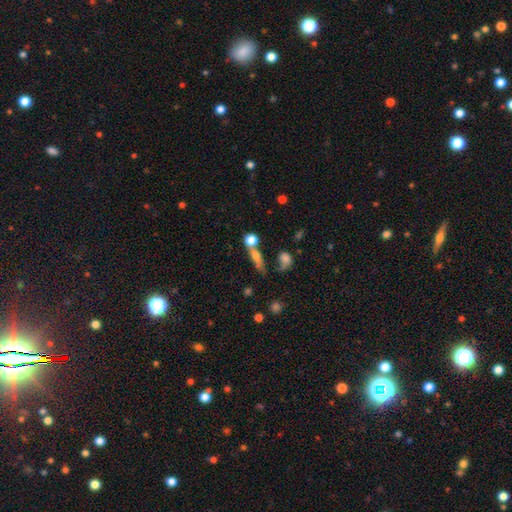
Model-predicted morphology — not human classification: smooth 63%, featured or disk 24%, star or artifact 14%. Down the decision tree: how rounded — cigar-shaped (34%, tied with round); merging — merger (38%, tied with none).